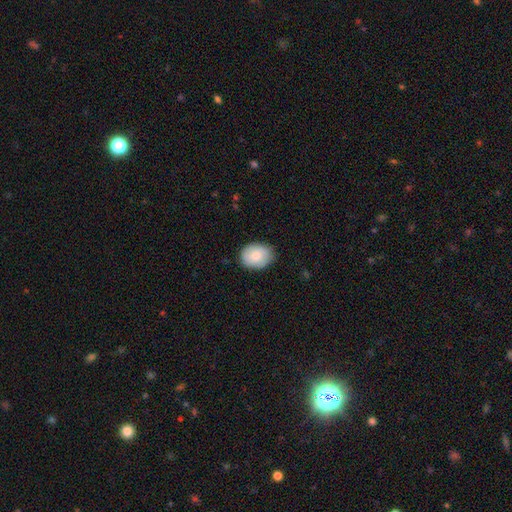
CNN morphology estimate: This appears to be a smooth galaxy with no disk features (79%) that is in between round and cigar-shaped (58%). Merging: none (82%).